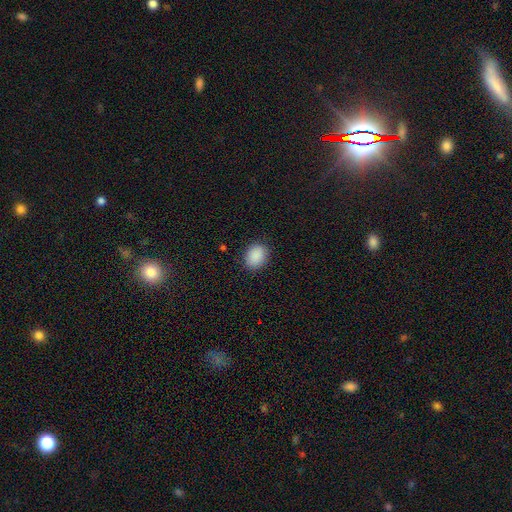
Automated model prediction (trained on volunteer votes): Smooth or featured? Predicted: smooth (p=0.89). How rounded? Predicted: in between (p=0.59). Merging? Predicted: none (p=0.87).